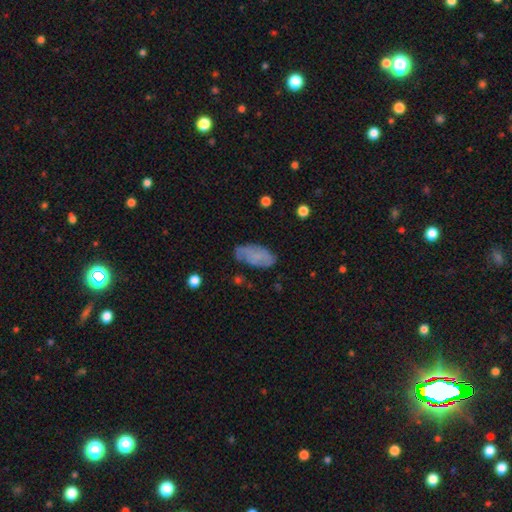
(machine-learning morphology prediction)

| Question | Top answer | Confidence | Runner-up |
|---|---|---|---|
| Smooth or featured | smooth | 59% | featured or disk (33%) |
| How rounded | in between | 91% | cigar-shaped (5%) |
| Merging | none | 66% | minor disturbance (24%) |